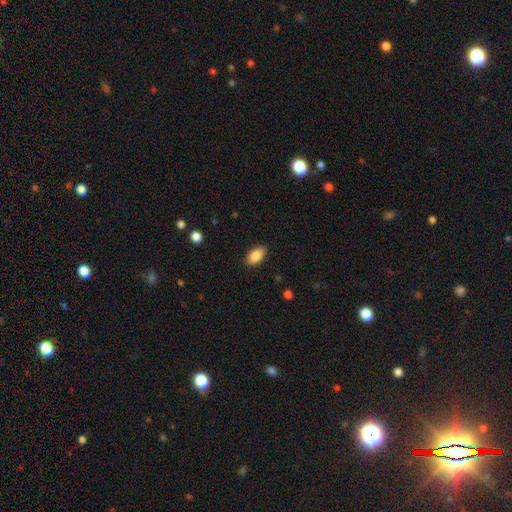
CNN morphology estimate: Overall: smooth (85%). How rounded: in between (91%). Merging: none (87%).